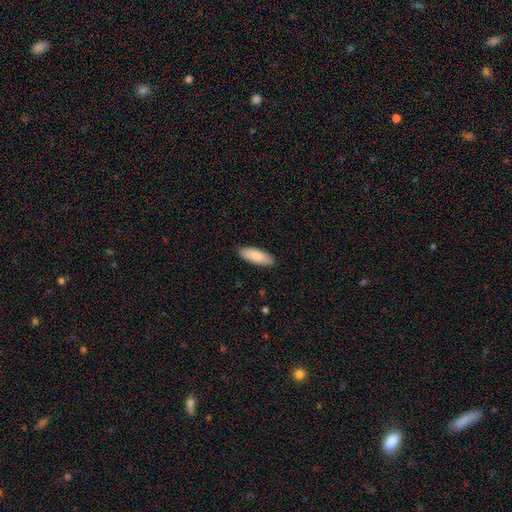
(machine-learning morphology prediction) Smooth or featured? smooth (86%)
How rounded? in between (70%)
Merging? none (87%)